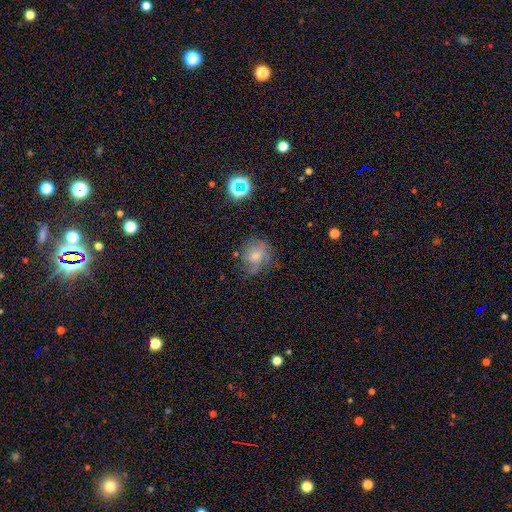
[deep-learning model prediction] A smooth galaxy with no disk features (40%).

Vote fractions:
- Smooth or featured? smooth: 40% / featured or disk: 37% / star or artifact: 22%
- Merging? none: 63% / minor disturbance: 23% / major disturbance: 12% / merger: 2%